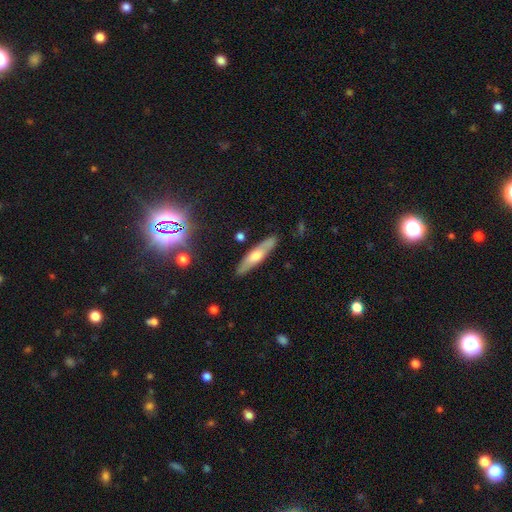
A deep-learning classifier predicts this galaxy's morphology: Smooth or featured: smooth — 49% (featured or disk — 43%)
Merging: none — 85% (minor disturbance — 11%)